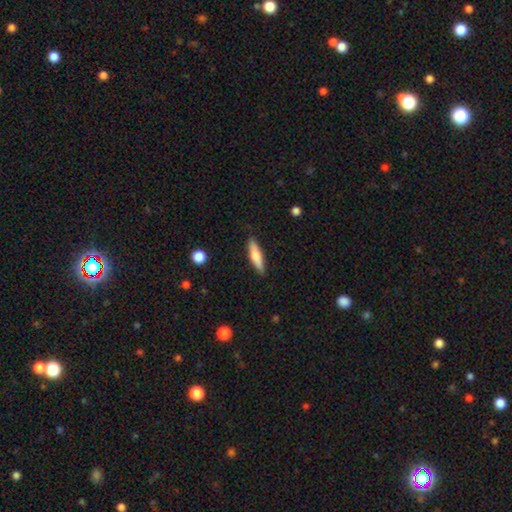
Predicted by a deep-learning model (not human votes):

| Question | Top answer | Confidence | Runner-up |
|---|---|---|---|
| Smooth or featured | smooth | 62% | featured or disk (32%) |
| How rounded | cigar-shaped | 75% | in between (23%) |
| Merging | none | 87% | minor disturbance (10%) |